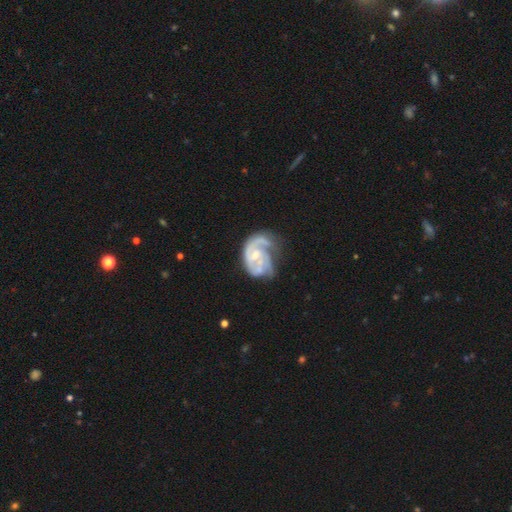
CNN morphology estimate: type=featured or disk (83%); edge-on=no (98%); bar=no (58%); spiral arms=yes (89%); winding=tight (43%); arm count=2 (36%); bulge=small (49%); merging=none (35%).